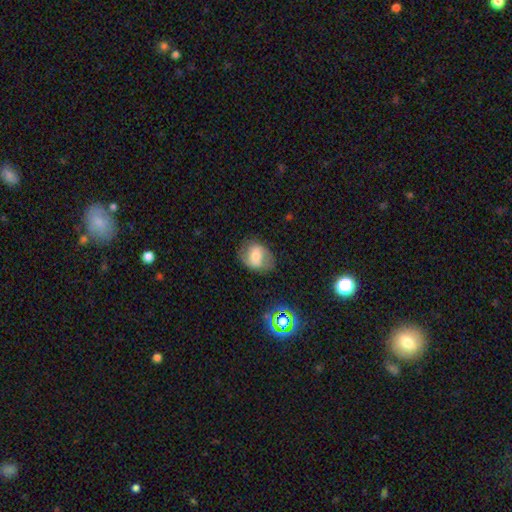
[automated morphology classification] smooth-or-featured: smooth: 54% | featured or disk: 35% | star or artifact: 10%
  how-rounded: in between: 59% | round: 40% | cigar-shaped: 1%
  merging: none: 71% | minor disturbance: 19% | major disturbance: 8% | merger: 1%